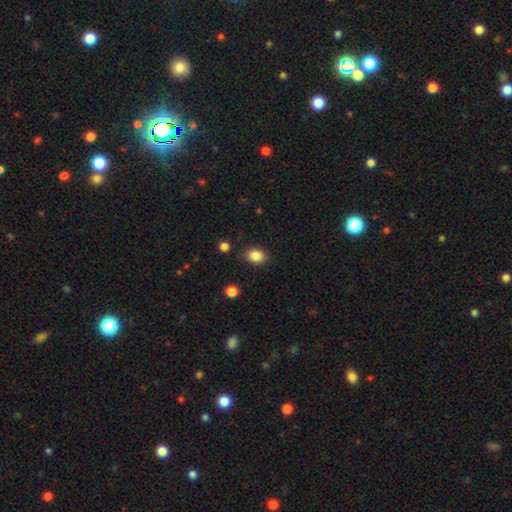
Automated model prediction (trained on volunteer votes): smooth_or_featured: smooth (p=0.85) [alt: star or artifact p=0.10]
how_rounded: in between (p=0.62) [alt: round p=0.37]
merging: none (p=0.85) [alt: minor disturbance p=0.11]